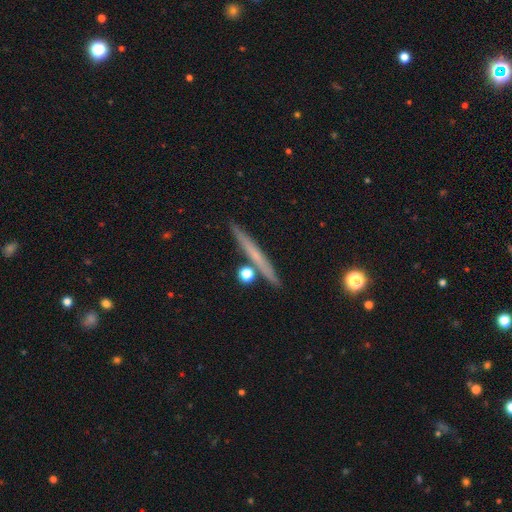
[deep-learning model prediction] smooth 49%, featured or disk 43%, star or artifact 8%. Down the decision tree: merging — none (86%).